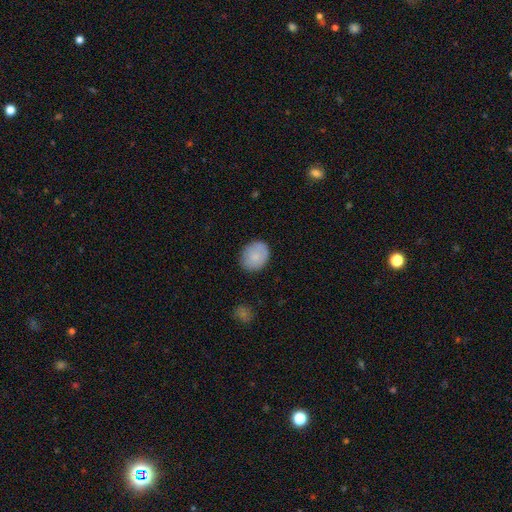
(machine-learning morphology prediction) Q: Smooth or featured?
A: smooth (80%); runner-up: featured or disk (13%)
Q: How rounded?
A: round (57%); runner-up: in between (42%)
Q: Merging?
A: none (80%); runner-up: minor disturbance (15%)